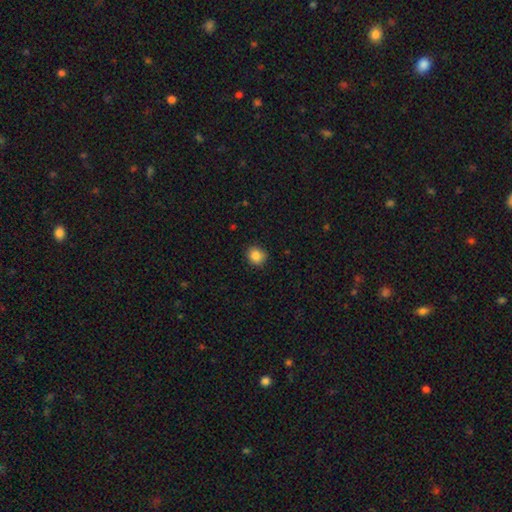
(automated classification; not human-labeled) smooth_or_featured: smooth (p=0.86) [alt: star or artifact p=0.10]
how_rounded: round (p=0.82) [alt: in between p=0.17]
merging: none (p=0.86) [alt: minor disturbance p=0.11]